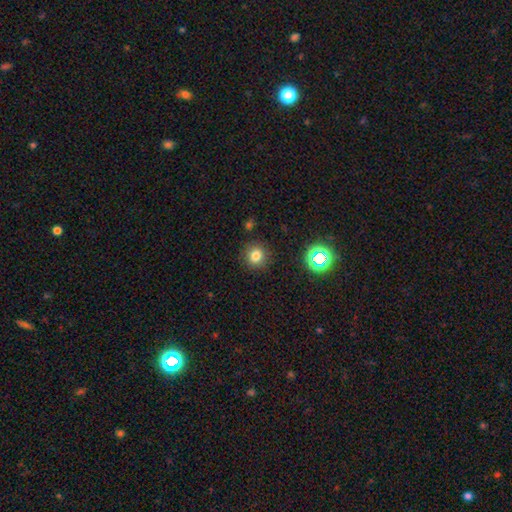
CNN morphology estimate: A smooth galaxy with no disk features (77%) that is round (88%). Merging: none (88%).